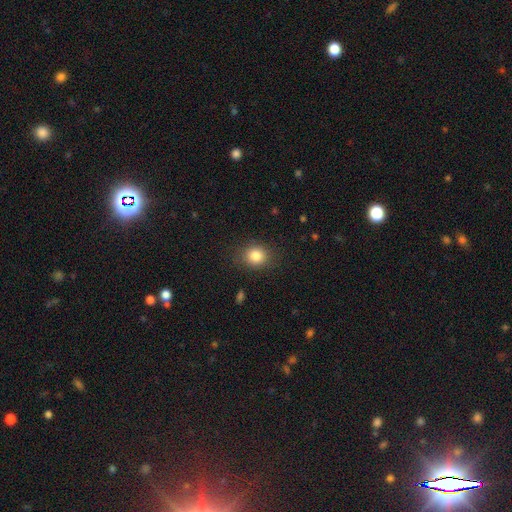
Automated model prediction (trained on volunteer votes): A smooth galaxy with no disk features (84%) that is round (71%). Merging: none (86%).